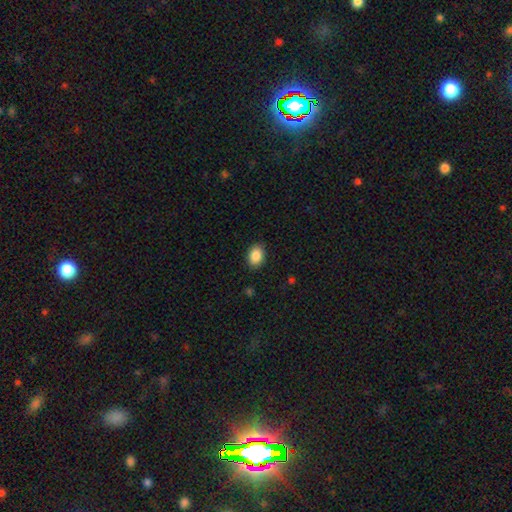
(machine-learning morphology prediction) type=smooth (88%); roundness=in between (75%); merging=none (88%).